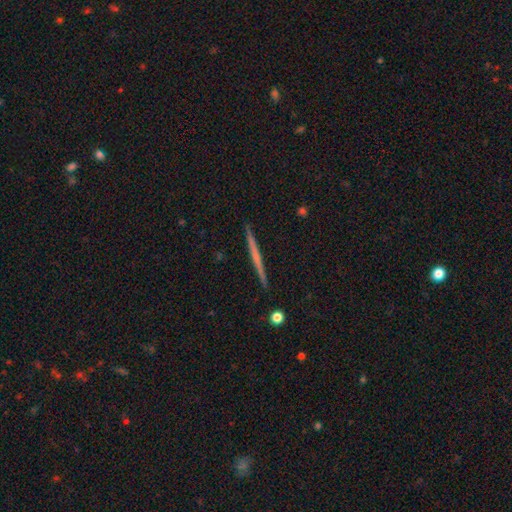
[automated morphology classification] smooth-or-featured: featured or disk: 57% | smooth: 38% | star or artifact: 6%
  disk-edge-on: yes: 98% | no: 2%
    edge-on-bulge: none: 86% | rounded: 10% | boxy: 4%
  merging: none: 93% | minor disturbance: 5% | merger: 1% | major disturbance: 1%